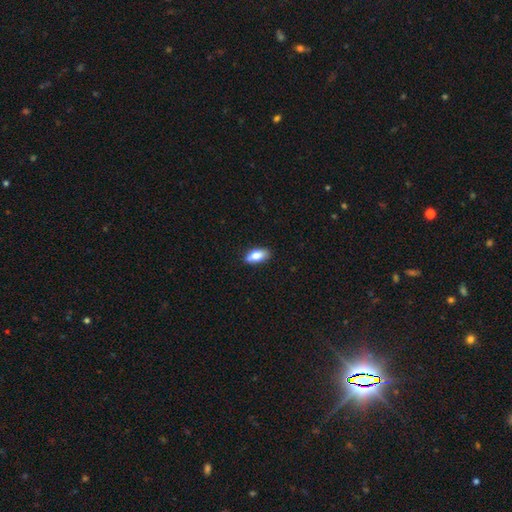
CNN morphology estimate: A smooth galaxy with no disk features (79%) that is in between round and cigar-shaped (88%).

Vote fractions:
- Smooth or featured? smooth: 79% / featured or disk: 14% / star or artifact: 7%
- How rounded? in between: 88% / cigar-shaped: 8% / round: 4%
- Merging? none: 78% / minor disturbance: 16% / merger: 3% / major disturbance: 3%